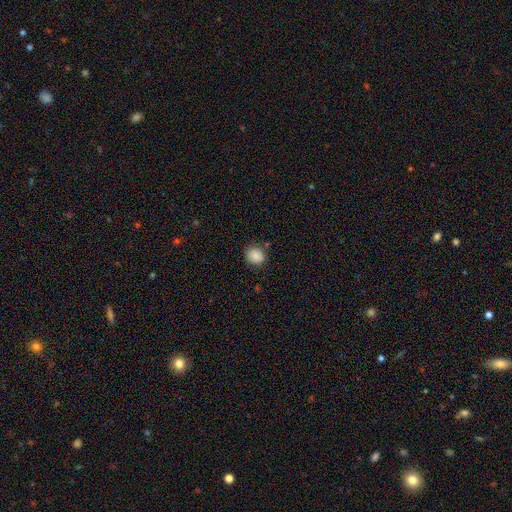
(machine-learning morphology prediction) Smooth or featured?
  - smooth: 86% *
  - star or artifact: 9%
  - featured or disk: 5%
How rounded?
  - round: 74% *
  - in between: 25%
  - cigar-shaped: 1%
Merging?
  - none: 82% *
  - minor disturbance: 13%
  - major disturbance: 3%
  - merger: 2%